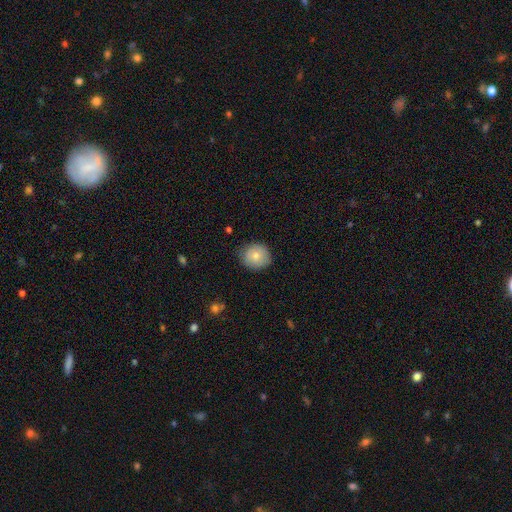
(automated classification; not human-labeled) Morphology: type=smooth (78%); roundness=round (86%); merging=none (80%).